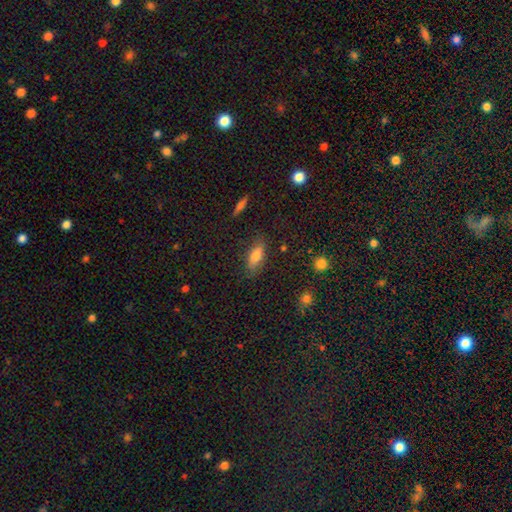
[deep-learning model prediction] smooth-or-featured: smooth: 75% | featured or disk: 16% | star or artifact: 9%
  how-rounded: in between: 72% | cigar-shaped: 24% | round: 3%
  merging: none: 79% | minor disturbance: 15% | major disturbance: 4% | merger: 2%